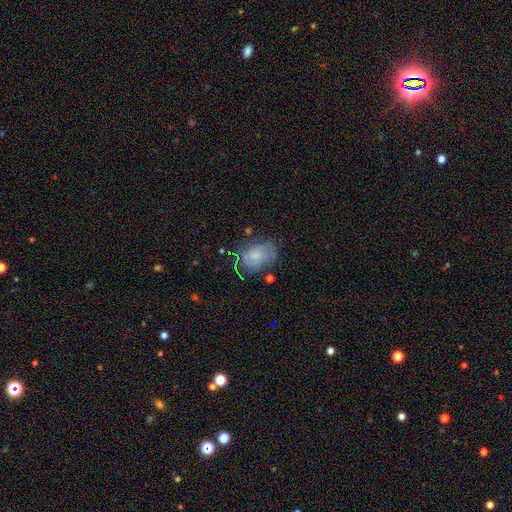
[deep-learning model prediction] smooth_or_featured: smooth (p=0.50) [alt: featured or disk p=0.39]
merging: none (p=0.56) [alt: minor disturbance p=0.26]